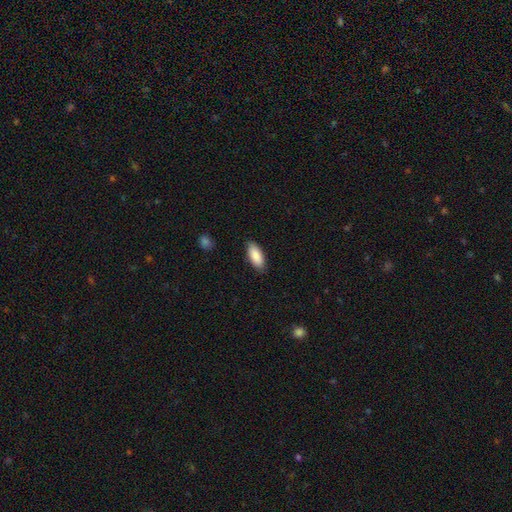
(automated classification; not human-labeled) Smooth or featured? smooth (89%)
How rounded? in between (84%)
Merging? none (87%)